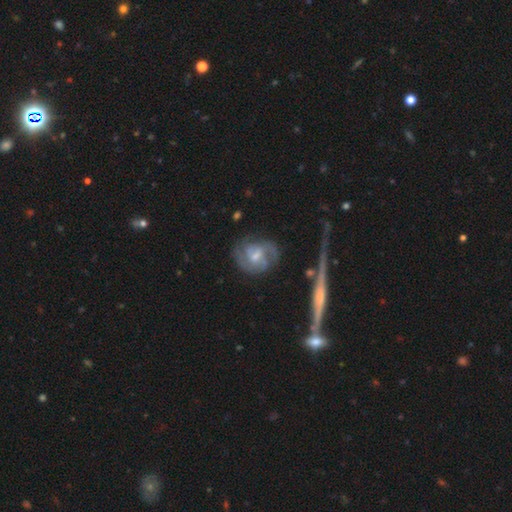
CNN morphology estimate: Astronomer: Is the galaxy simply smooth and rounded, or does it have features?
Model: featured or disk — 76%.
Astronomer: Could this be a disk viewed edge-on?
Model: no — 97%.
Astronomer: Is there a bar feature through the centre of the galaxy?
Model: weak — 50% (runner-up: no, 39%).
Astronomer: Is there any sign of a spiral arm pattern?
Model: yes — 91%.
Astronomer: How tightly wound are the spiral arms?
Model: medium — 45% (runner-up: tight, 40%).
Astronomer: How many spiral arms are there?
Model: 2 — 47% (runner-up: can't tell, 23%).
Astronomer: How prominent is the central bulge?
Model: moderate — 44% (runner-up: small, 42%).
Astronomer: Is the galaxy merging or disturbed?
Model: none — 63%.